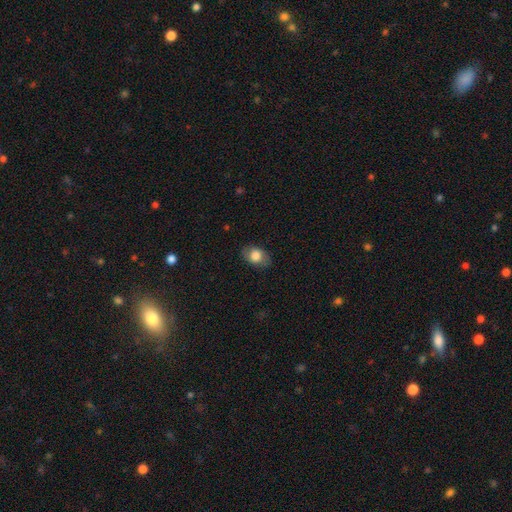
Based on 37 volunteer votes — smooth_or_featured: smooth (p=0.81) [alt: featured or disk p=0.11]
how_rounded: in between (p=0.83) [alt: round p=0.17]
merging: none (p=0.94) [alt: minor disturbance p=0.06]